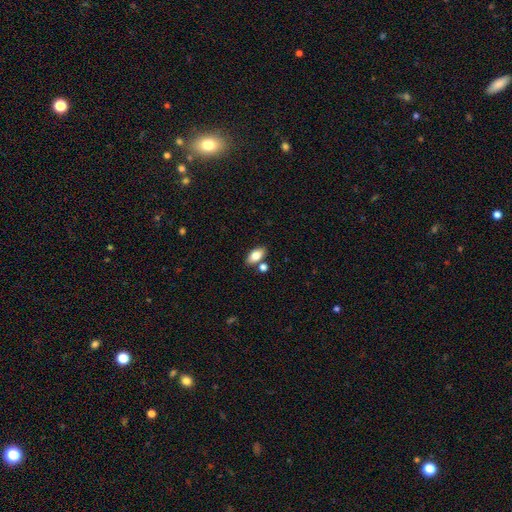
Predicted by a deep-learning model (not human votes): Morphology: type=smooth (80%); roundness=in between (90%); merging=none (75%).